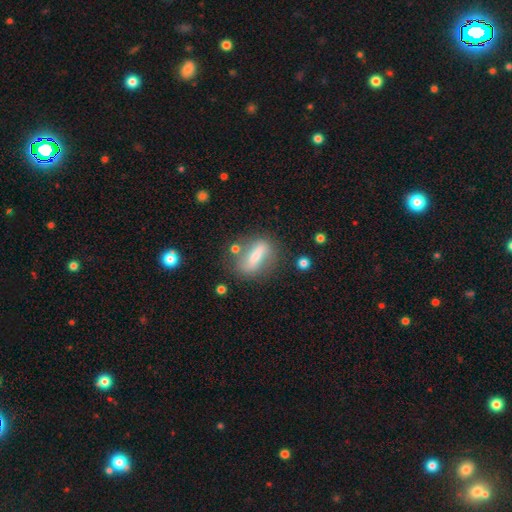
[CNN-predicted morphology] smooth_or_featured: smooth (p=0.51) [alt: featured or disk p=0.40]
how_rounded: in between (p=0.50) [alt: cigar-shaped p=0.38]
merging: none (p=0.66) [alt: minor disturbance p=0.18]